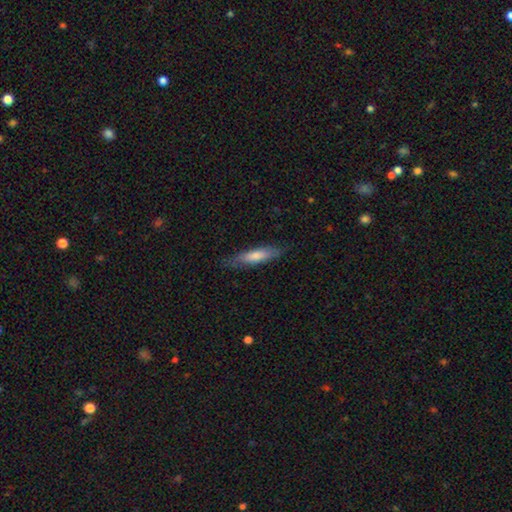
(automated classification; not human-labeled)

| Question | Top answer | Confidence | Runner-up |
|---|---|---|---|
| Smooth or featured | smooth | 67% | featured or disk (27%) |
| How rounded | cigar-shaped | 78% | in between (20%) |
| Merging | none | 81% | minor disturbance (15%) |